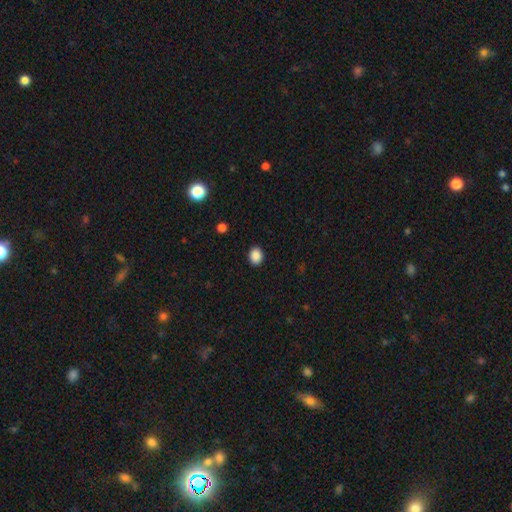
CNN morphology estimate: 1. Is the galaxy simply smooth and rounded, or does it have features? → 88% smooth, 9% star or artifact, 2% featured or disk.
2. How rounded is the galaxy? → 52% round, 47% in between, 1% cigar-shaped.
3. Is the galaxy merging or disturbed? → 90% none, 7% minor disturbance, 2% major disturbance, 1% merger.